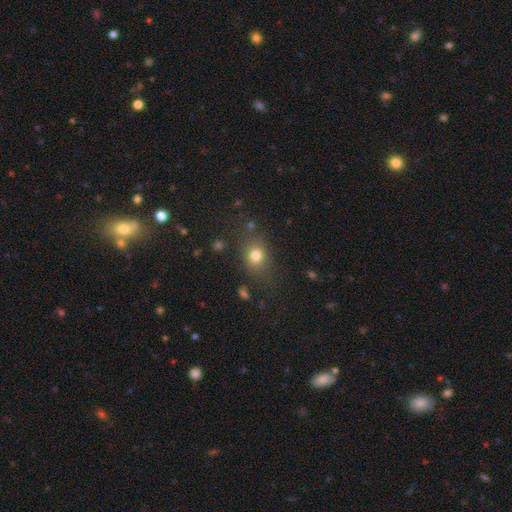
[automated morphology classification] The model was most divided on "how rounded": round: 56%, in between: 42%, cigar-shaped: 2%. More confident: smooth or featured — smooth (77%); merging — none (73%).